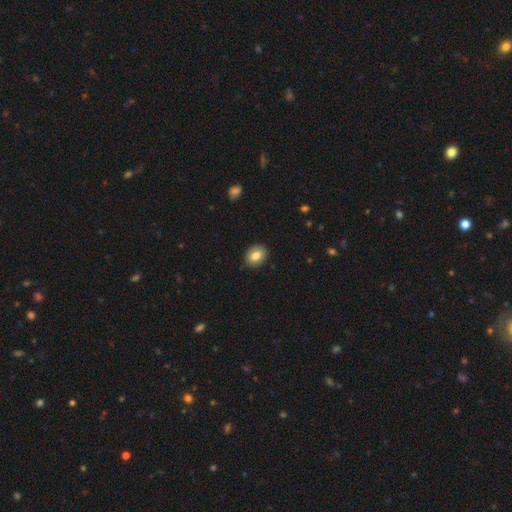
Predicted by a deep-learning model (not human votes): A smooth galaxy with no disk features (80%) that is in between round and cigar-shaped (60%).

Vote fractions:
- Smooth or featured? smooth: 80% / featured or disk: 13% / star or artifact: 8%
- How rounded? in between: 60% / round: 39% / cigar-shaped: 1%
- Merging? none: 88% / minor disturbance: 9% / major disturbance: 2% / merger: 1%